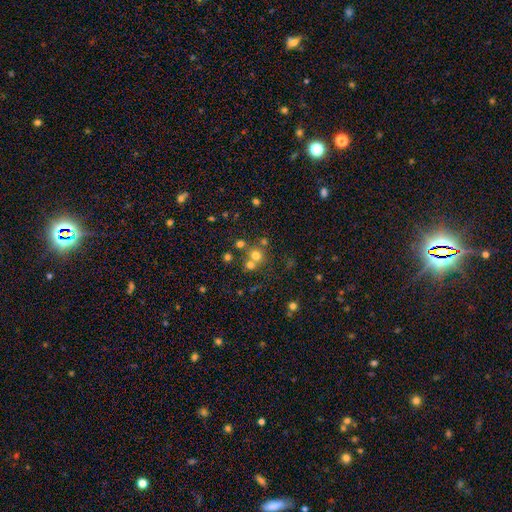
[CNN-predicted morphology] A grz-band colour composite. It shows a smooth galaxy with no disk features (65%) that is round (88%). Merging: none (56%).